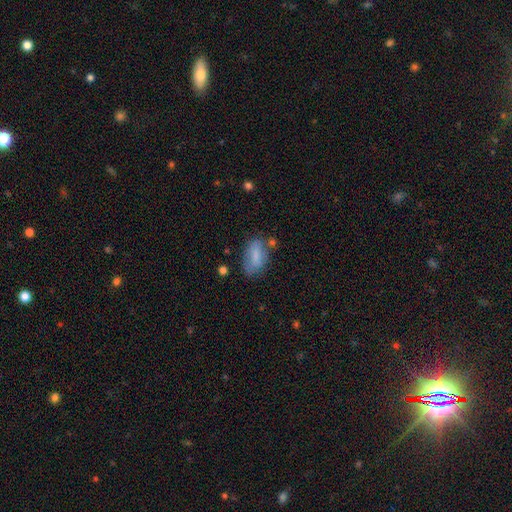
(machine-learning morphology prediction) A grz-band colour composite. It shows a smooth galaxy with no disk features (73%) that is in between round and cigar-shaped (88%). Merging: none (62%).